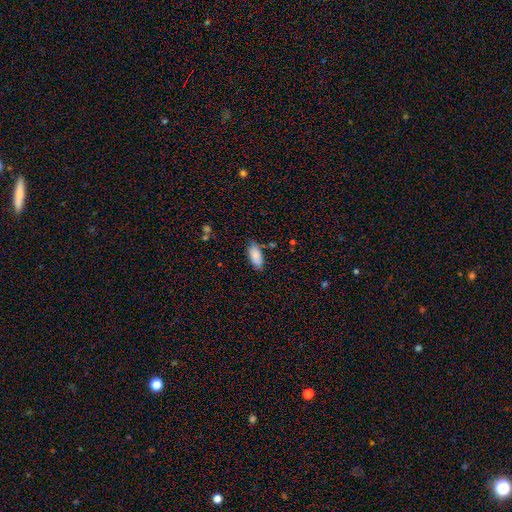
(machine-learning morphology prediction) A smooth galaxy with no disk features (86%) that is in between round and cigar-shaped (91%).

Vote fractions:
- Smooth or featured? smooth: 86% / featured or disk: 8% / star or artifact: 7%
- How rounded? in between: 91% / cigar-shaped: 7% / round: 2%
- Merging? none: 76% / minor disturbance: 17% / merger: 3% / major disturbance: 3%